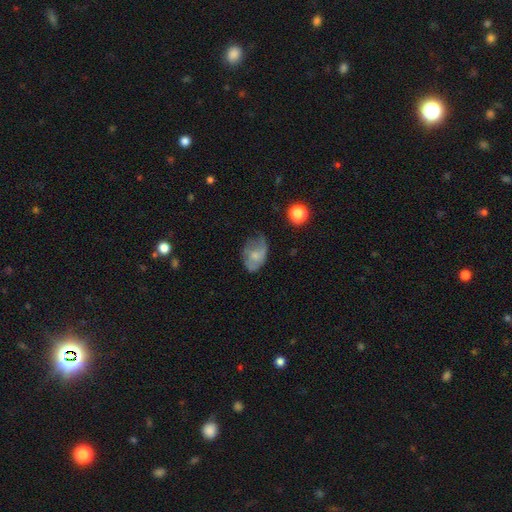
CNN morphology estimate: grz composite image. It shows a smooth galaxy with no disk features (51%) that is in between round and cigar-shaped (79%). Merging: none (40%).